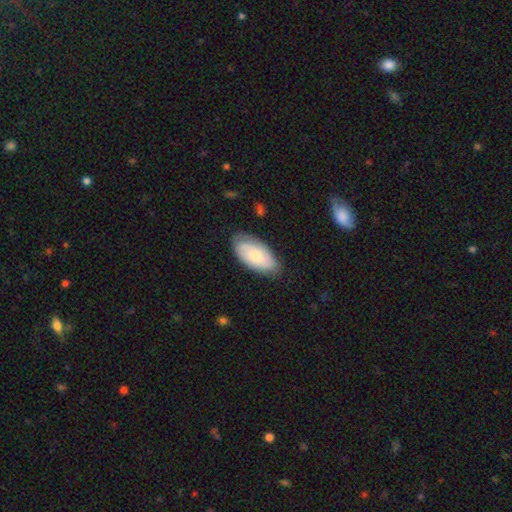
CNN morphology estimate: A smooth galaxy with no disk features (53%) that is in between round and cigar-shaped (94%).

Vote fractions:
- Smooth or featured? smooth: 53% / featured or disk: 41% / star or artifact: 6%
- How rounded? in between: 94% / cigar-shaped: 3% / round: 3%
- Merging? none: 74% / minor disturbance: 20% / major disturbance: 4% / merger: 1%